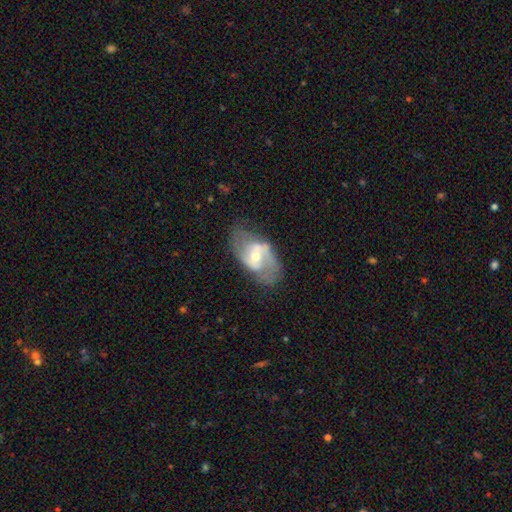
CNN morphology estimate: Smooth or featured? featured or disk (76%)
Edge-on disk? no (94%)
Bar? weak (44%)
Spiral arms? yes (81%)
Spiral winding? medium (47%)
Spiral arm count? 2 (79%)
Bulge size? moderate (58%)
Merging? none (63%)